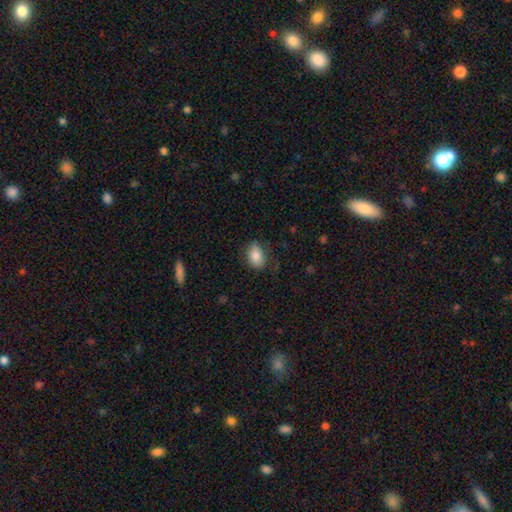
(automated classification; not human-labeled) This appears to be a smooth galaxy with no disk features (83%) that is in between round and cigar-shaped (84%). Merging: none (75%).